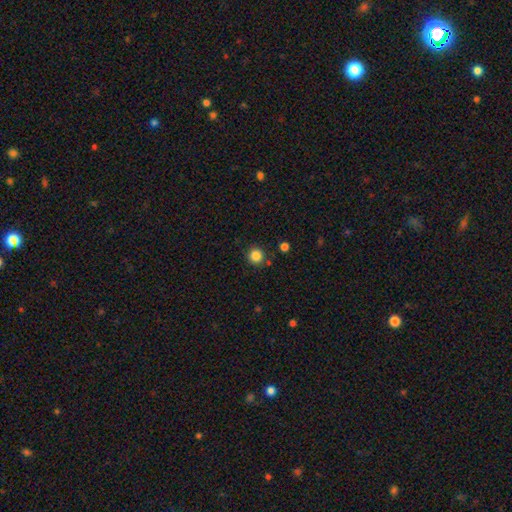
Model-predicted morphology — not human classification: Overall: smooth (84%). How rounded: round (95%). Merging: none (87%).